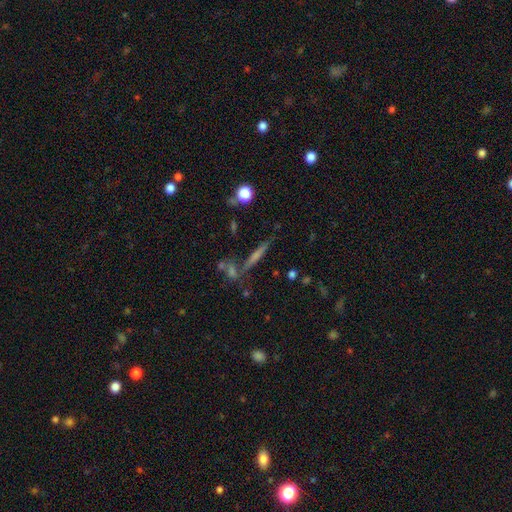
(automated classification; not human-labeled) A featured or disk galaxy (55%) viewed edge-on (92%) with a rounded central bulge (46%). Merging: none (75%).